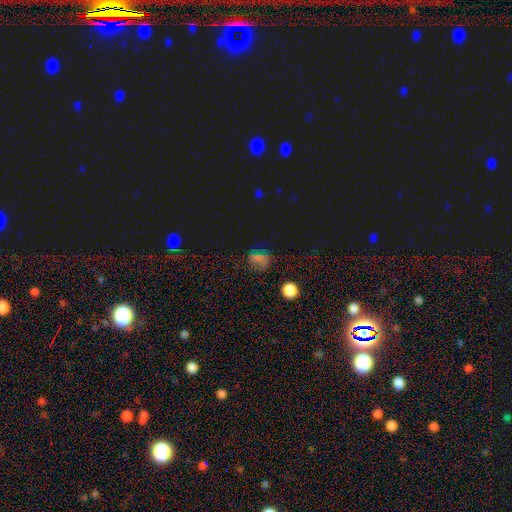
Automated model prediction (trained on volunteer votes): Morphology: type=smooth (42%); merging=none (64%).